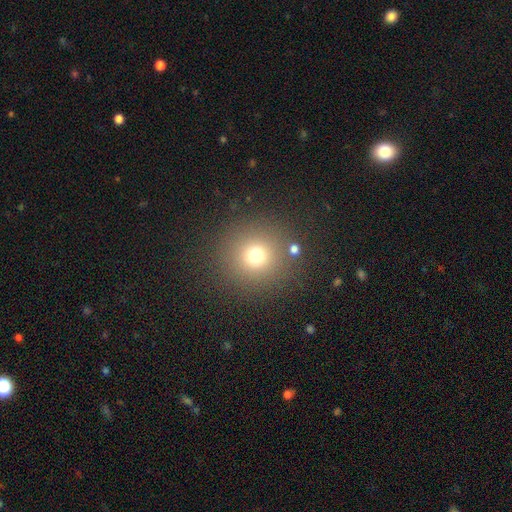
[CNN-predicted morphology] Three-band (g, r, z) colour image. It shows a smooth galaxy with no disk features (73%) that is round (95%). Merging: none (86%).